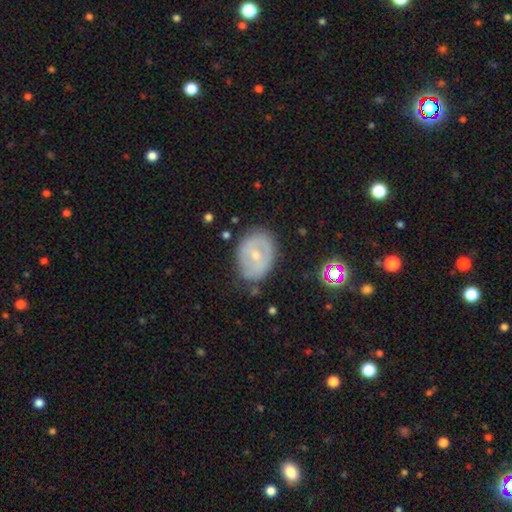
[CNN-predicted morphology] Smooth or featured? featured or disk (53%)
Edge-on disk? no (94%)
Merging? none (71%)